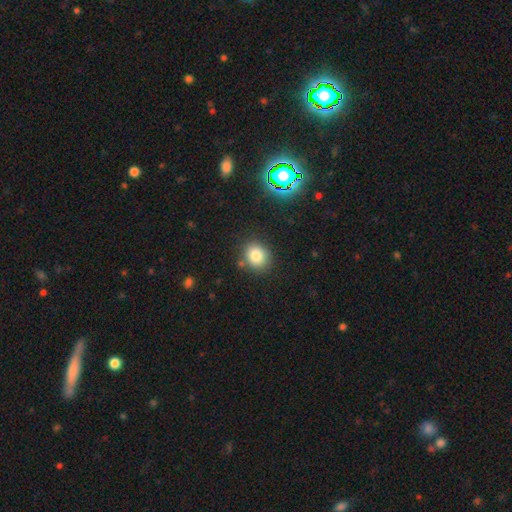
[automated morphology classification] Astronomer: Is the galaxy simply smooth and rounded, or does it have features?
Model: smooth — 81%.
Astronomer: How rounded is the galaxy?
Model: round — 69%.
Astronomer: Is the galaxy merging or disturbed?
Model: none — 81%.